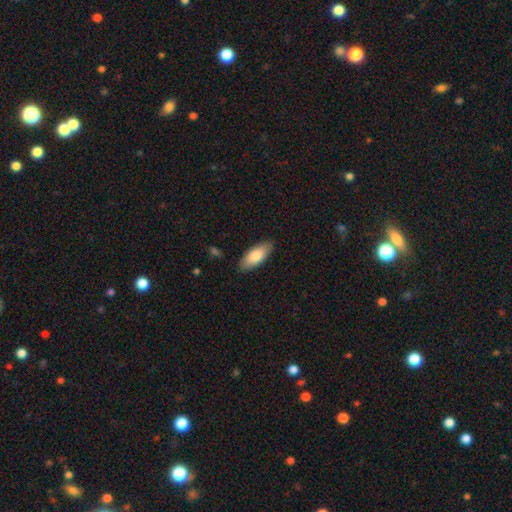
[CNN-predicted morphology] Smooth or featured?
  - smooth: 80% *
  - featured or disk: 14%
  - star or artifact: 6%
How rounded?
  - in between: 83% *
  - cigar-shaped: 15%
  - round: 2%
Merging?
  - none: 87% *
  - minor disturbance: 10%
  - major disturbance: 2%
  - merger: 1%